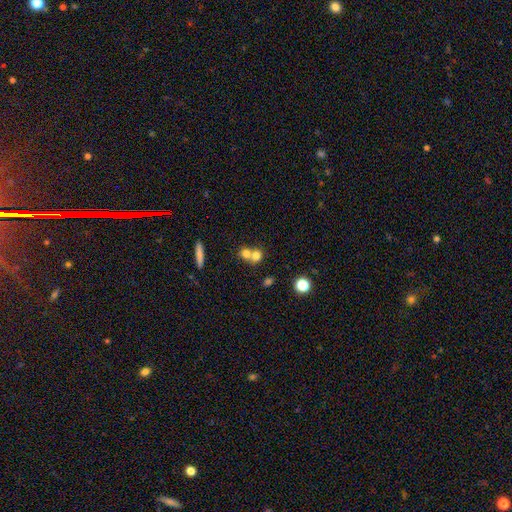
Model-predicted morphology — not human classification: Smooth or featured?
  - smooth: 72% *
  - featured or disk: 16%
  - star or artifact: 12%
How rounded?
  - round: 79% *
  - in between: 19%
  - cigar-shaped: 2%
Merging?
  - merger: 59% *
  - none: 33%
  - minor disturbance: 5%
  - major disturbance: 2%